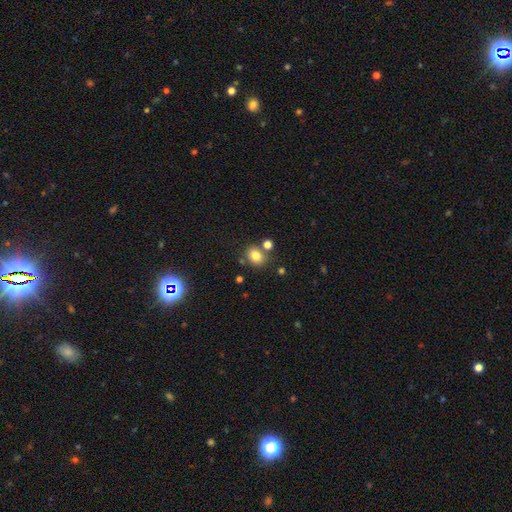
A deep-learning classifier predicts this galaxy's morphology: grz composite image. It shows a smooth galaxy with no disk features (79%) that is round (54%). Merging: none (68%).